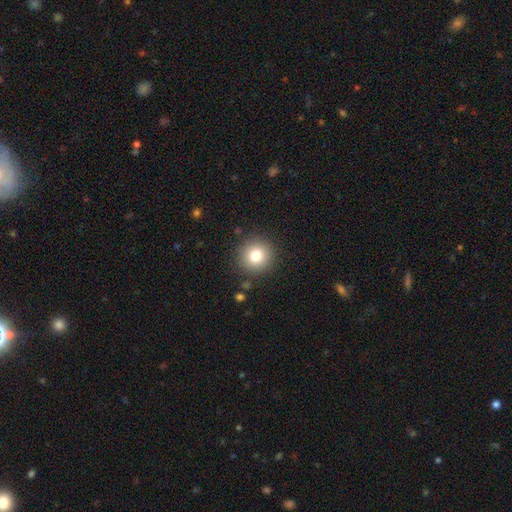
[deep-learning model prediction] A smooth galaxy with no disk features (78%) that is round (93%). Merging: none (89%).